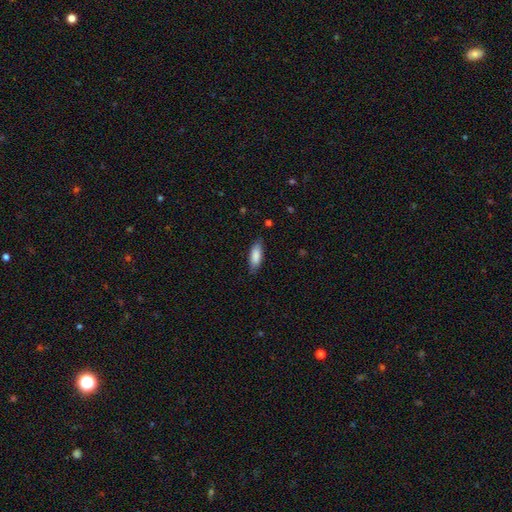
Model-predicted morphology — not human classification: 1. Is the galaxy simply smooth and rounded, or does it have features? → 86% smooth, 8% featured or disk, 6% star or artifact.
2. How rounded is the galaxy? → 69% in between, 29% cigar-shaped, 2% round.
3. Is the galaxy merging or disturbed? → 82% none, 14% minor disturbance, 3% major disturbance, 1% merger.